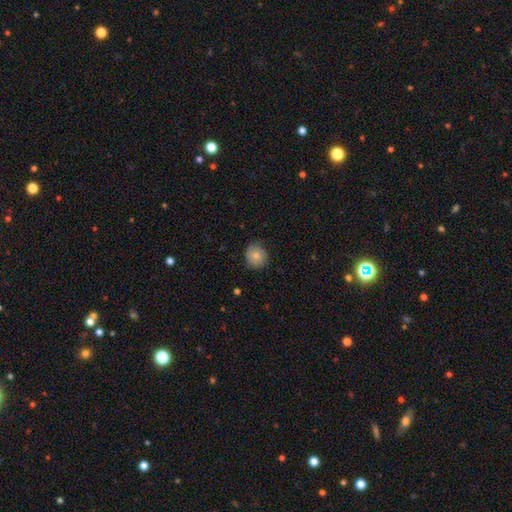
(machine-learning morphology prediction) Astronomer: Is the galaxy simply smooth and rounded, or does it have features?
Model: smooth — 77%.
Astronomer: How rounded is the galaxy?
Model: round — 81%.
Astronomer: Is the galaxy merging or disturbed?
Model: none — 76%.